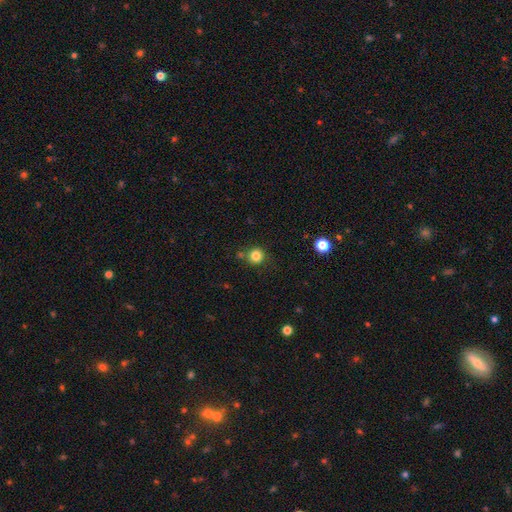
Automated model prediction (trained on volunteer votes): Smooth or featured? smooth (83%)
How rounded? round (93%)
Merging? none (79%)